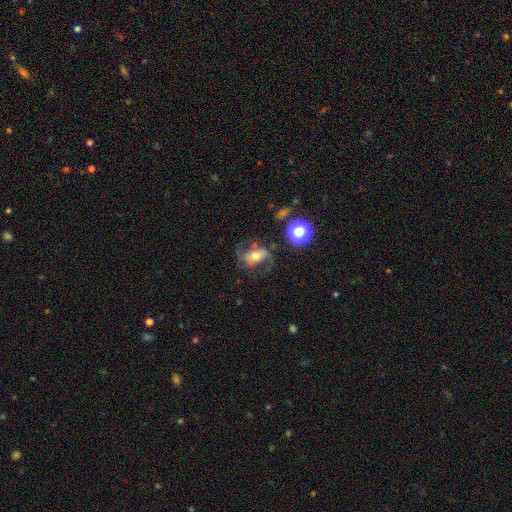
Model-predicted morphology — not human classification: The model was most divided on "bar": no: 39%, weak: 33%, strong: 28%. Remaining: edge-on disk — no (95%); spiral arms — yes (85%); spiral arm count — 2 (84%); smooth or featured — featured or disk (63%); bulge size — moderate (61%); merging — none (58%); spiral winding — loose (50%).